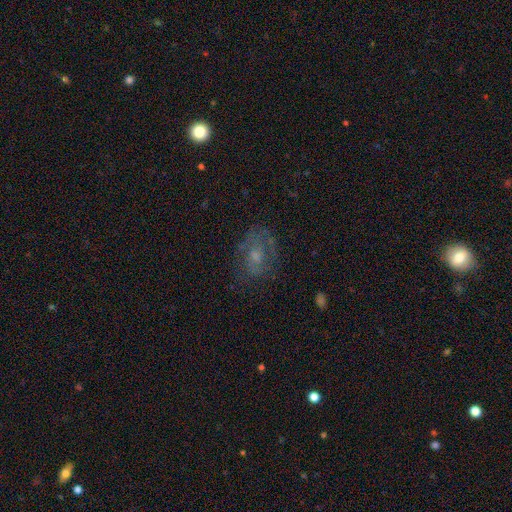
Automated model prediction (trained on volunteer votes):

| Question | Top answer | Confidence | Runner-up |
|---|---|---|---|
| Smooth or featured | featured or disk | 55% | smooth (30%) |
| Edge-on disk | no | 96% | yes (4%) |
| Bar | no | 72% | weak (24%) |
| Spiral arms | yes | 62% | no (38%) |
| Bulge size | small | 43% | moderate (42%) |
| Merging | none | 63% | minor disturbance (20%) |